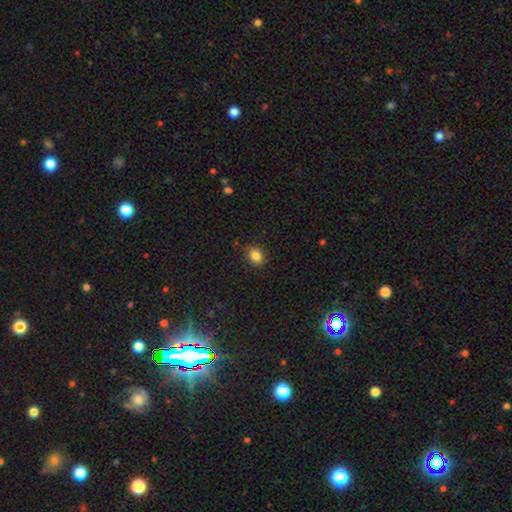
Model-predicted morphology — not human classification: smooth-or-featured: smooth: 86% | star or artifact: 10% | featured or disk: 4%
  how-rounded: in between: 61% | round: 38% | cigar-shaped: 1%
  merging: none: 84% | minor disturbance: 12% | major disturbance: 3% | merger: 1%